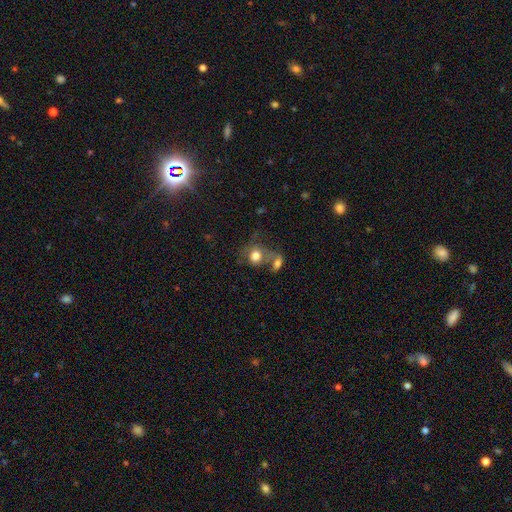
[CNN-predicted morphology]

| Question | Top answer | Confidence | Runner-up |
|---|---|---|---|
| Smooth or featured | smooth | 77% | featured or disk (14%) |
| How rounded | round | 68% | in between (30%) |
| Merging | merger | 43% | none (34%) |